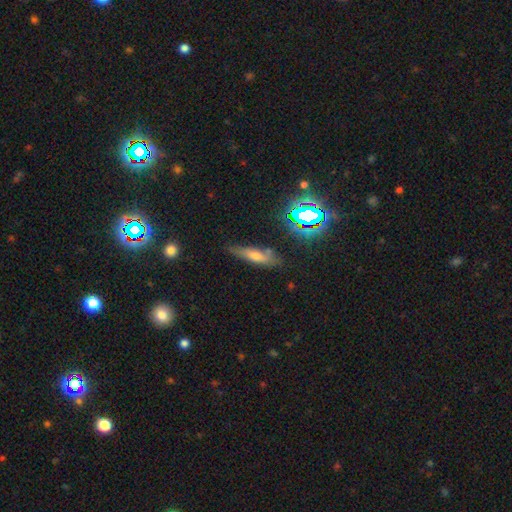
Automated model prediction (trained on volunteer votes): A smooth galaxy with no disk features (53%) that is cigar-shaped (62%).

Vote fractions:
- Smooth or featured? smooth: 53% / featured or disk: 29% / star or artifact: 18%
- How rounded? cigar-shaped: 62% / in between: 34% / round: 4%
- Merging? none: 68% / minor disturbance: 22% / major disturbance: 6% / merger: 4%